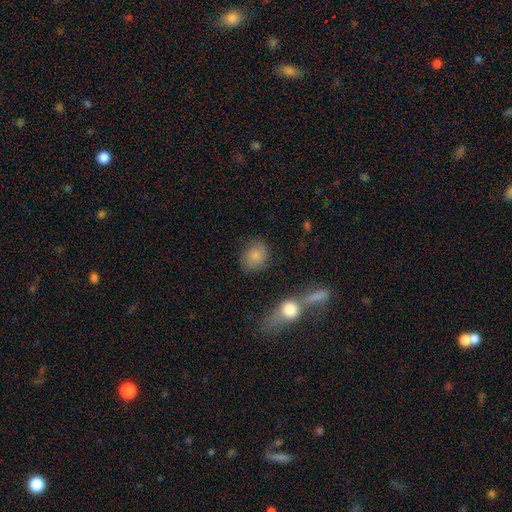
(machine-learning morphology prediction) type=smooth (75%); roundness=round (62%); merging=none (72%).